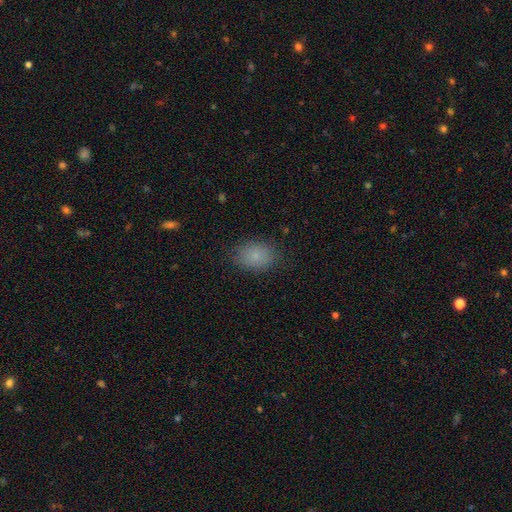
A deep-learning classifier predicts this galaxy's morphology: type=smooth (82%); roundness=in between (74%); merging=none (83%).